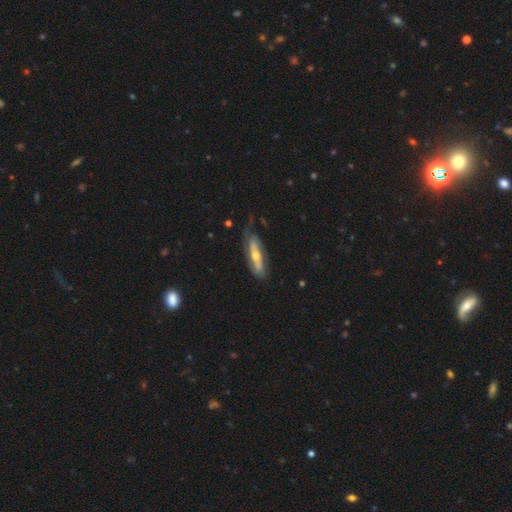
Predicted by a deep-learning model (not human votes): Smooth or featured? Predicted: featured or disk (p=0.68). Edge-on disk? Predicted: no (p=0.72). Merging? Predicted: none (p=0.52).